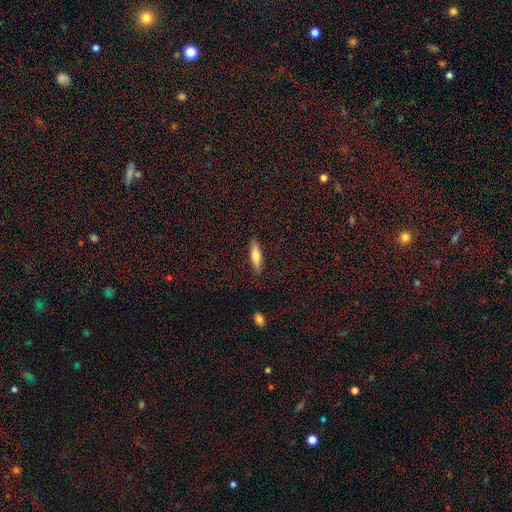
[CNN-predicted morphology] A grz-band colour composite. It shows a smooth galaxy with no disk features (67%) that is cigar-shaped (65%). Merging: none (87%).